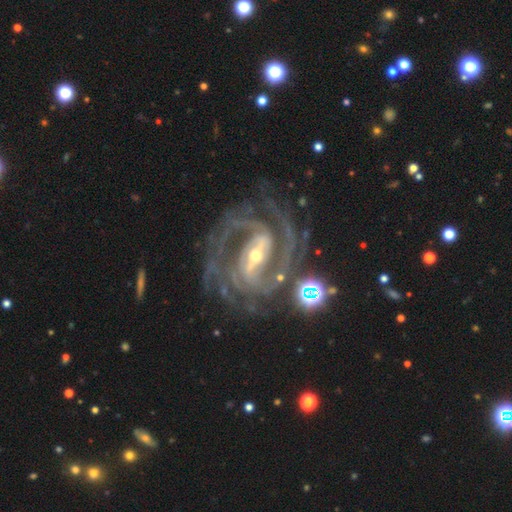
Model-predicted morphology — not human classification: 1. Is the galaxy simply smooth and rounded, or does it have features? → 93% featured or disk, 5% star or artifact, 2% smooth.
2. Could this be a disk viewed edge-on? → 97% no, 3% yes.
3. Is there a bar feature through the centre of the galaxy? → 68% strong, 25% weak, 8% no.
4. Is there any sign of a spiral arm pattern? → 98% yes, 2% no.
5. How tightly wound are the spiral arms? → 47% tight, 45% medium, 8% loose.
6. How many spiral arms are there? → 38% 2, 24% 3, 14% 4, 10% can't tell, 7% more than 4, 6% 1.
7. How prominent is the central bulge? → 52% small, 43% moderate, 3% large, 1% none, 1% dominant.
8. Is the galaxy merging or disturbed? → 66% none, 16% minor disturbance, 14% major disturbance, 4% merger.